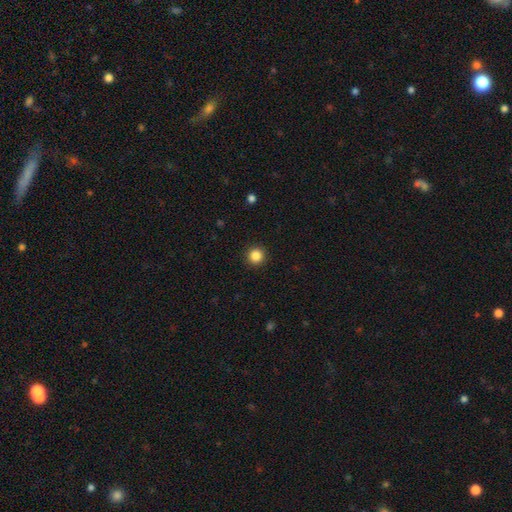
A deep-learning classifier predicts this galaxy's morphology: Smooth or featured? smooth (86%)
How rounded? round (96%)
Merging? none (93%)